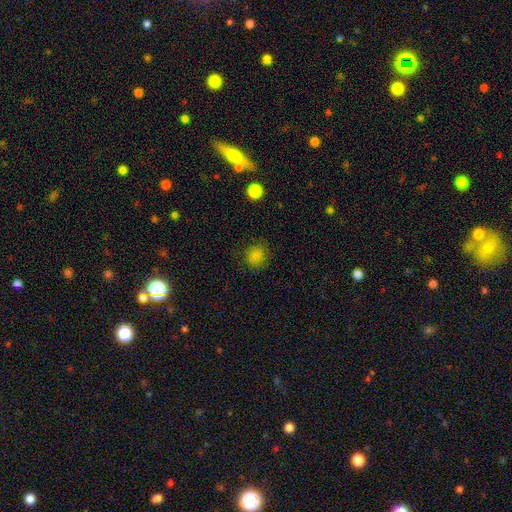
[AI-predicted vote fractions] Smooth or featured? Predicted: smooth (p=0.82). How rounded? Predicted: round (p=0.89). Merging? Predicted: none (p=0.86).